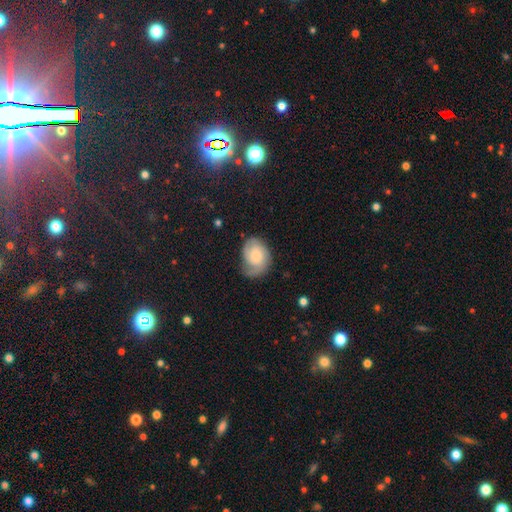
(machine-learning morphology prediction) Overall: featured or disk (53%; smooth 40%). Edge-on disk: no (97%). Bar: no (74%). Spiral arms: yes (89%). Bulge size: moderate (32%; small 26%). Merging: none (55%; minor disturbance 30%).